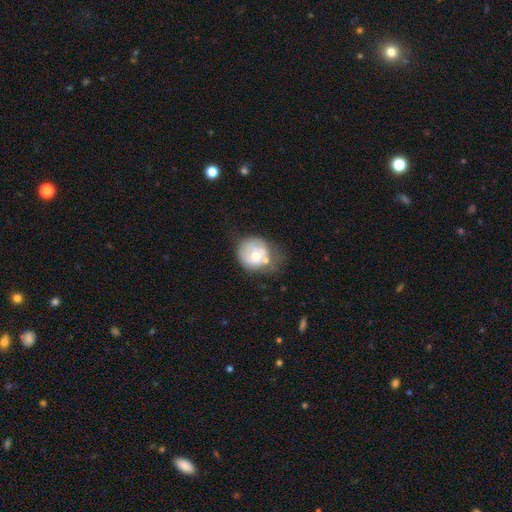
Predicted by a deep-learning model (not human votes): Smooth or featured: smooth — 53% (featured or disk — 40%)
How rounded: round — 75% (in between — 25%)
Merging: none — 32% (minor disturbance — 28%)